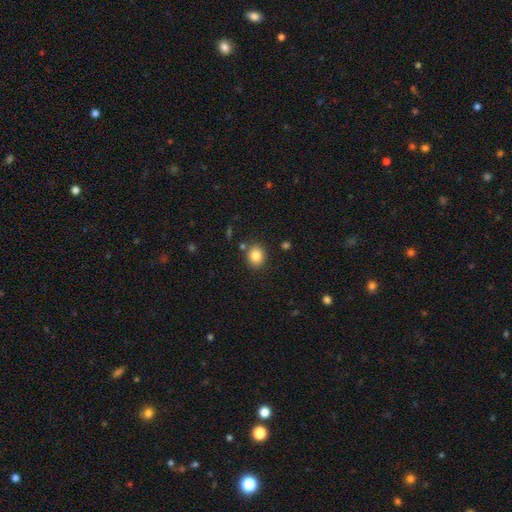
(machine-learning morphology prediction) A smooth galaxy with no disk features (83%) that is round (73%).

Vote fractions:
- Smooth or featured? smooth: 83% / star or artifact: 10% / featured or disk: 6%
- How rounded? round: 73% / in between: 26% / cigar-shaped: 1%
- Merging? none: 84% / minor disturbance: 9% / merger: 5% / major disturbance: 2%